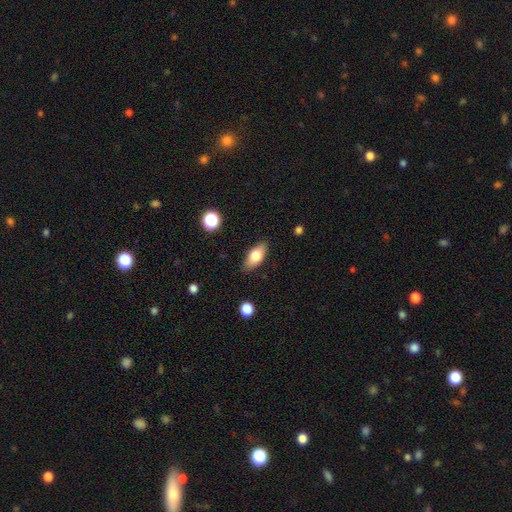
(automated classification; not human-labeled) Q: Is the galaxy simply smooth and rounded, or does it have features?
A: smooth — 75%.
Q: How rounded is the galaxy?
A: in between — 85%.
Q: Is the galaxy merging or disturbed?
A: none — 86%.